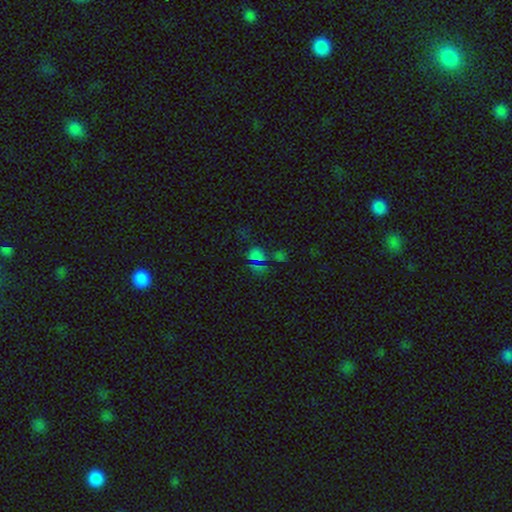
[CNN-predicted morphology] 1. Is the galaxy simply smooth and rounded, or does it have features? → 51% star or artifact, 41% smooth, 8% featured or disk.